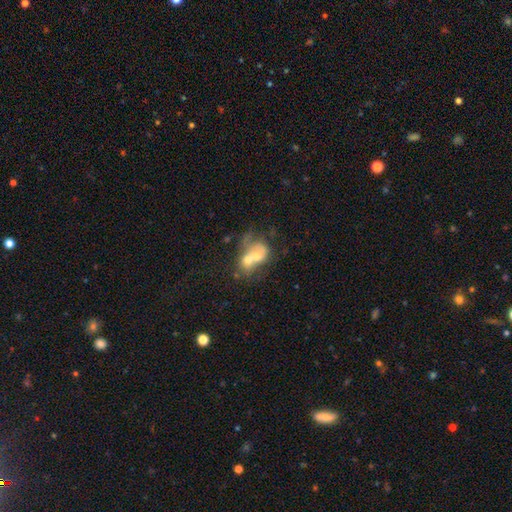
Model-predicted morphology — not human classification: Q: Smooth or featured?
A: smooth (49%); runner-up: featured or disk (41%)
Q: Merging?
A: merger (76%); runner-up: none (10%)